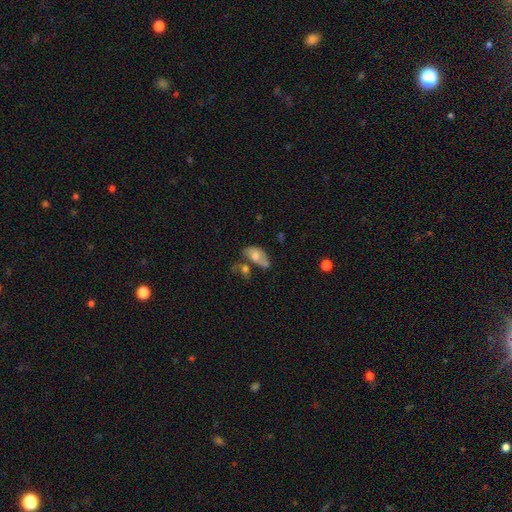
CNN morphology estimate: smooth-or-featured: smooth: 56% | featured or disk: 34% | star or artifact: 10%
  how-rounded: in between: 88% | round: 9% | cigar-shaped: 3%
  merging: merger: 37% | none: 27% | minor disturbance: 20% | major disturbance: 17%